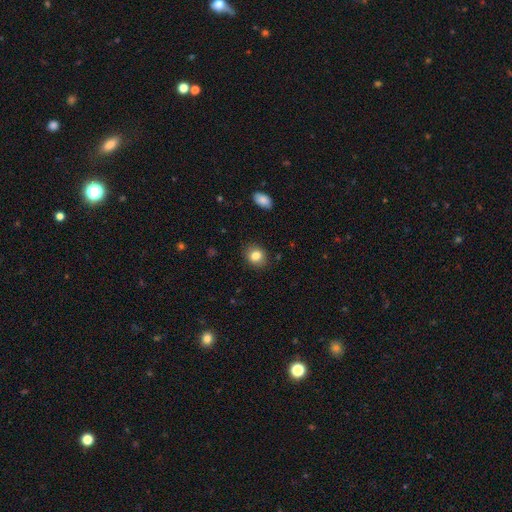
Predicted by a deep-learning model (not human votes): A smooth galaxy with no disk features (83%) that is round (68%). Merging: none (87%).